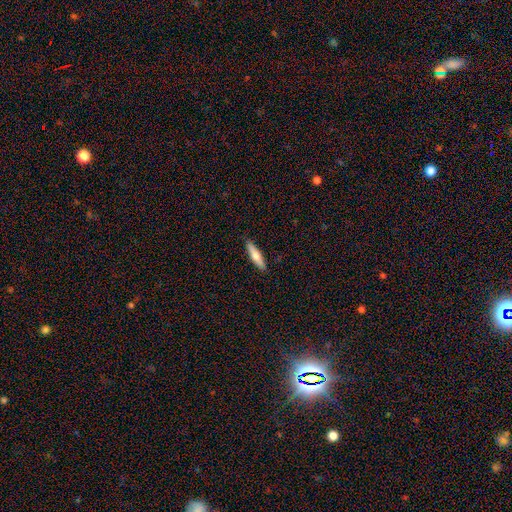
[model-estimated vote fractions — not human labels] This appears to be a smooth galaxy with no disk features (63%) that is cigar-shaped (76%). Merging: none (90%).